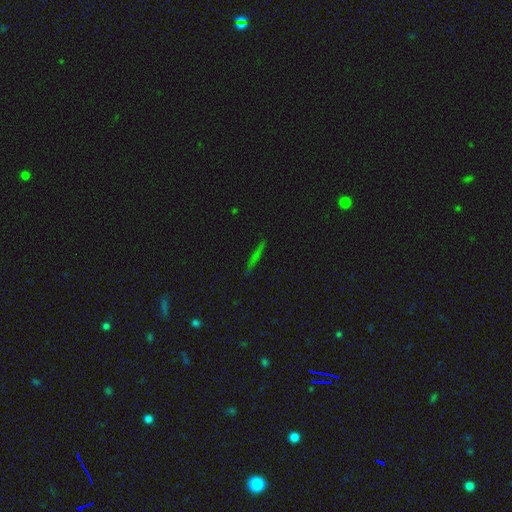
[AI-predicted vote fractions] smooth 42%, featured or disk 38%, star or artifact 20%. Down the decision tree: merging — none (88%).